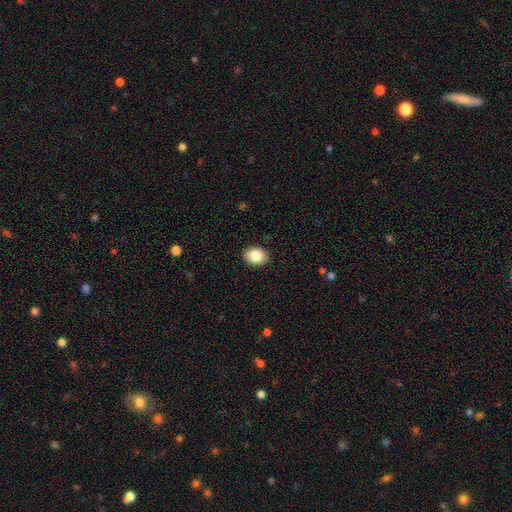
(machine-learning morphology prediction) This is clearly a smooth galaxy (86%). How rounded: likely in between (62%). Merging: clearly none (90%).